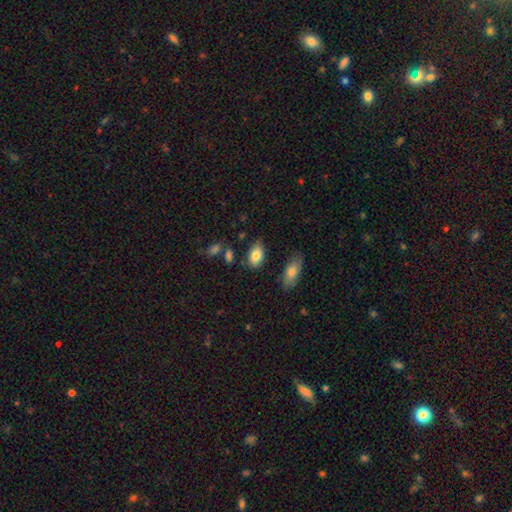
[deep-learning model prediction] A smooth galaxy with no disk features (83%) that is in between round and cigar-shaped (91%).

Vote fractions:
- Smooth or featured? smooth: 83% / featured or disk: 9% / star or artifact: 8%
- How rounded? in between: 91% / round: 7% / cigar-shaped: 2%
- Merging? none: 74% / minor disturbance: 18% / merger: 5% / major disturbance: 4%